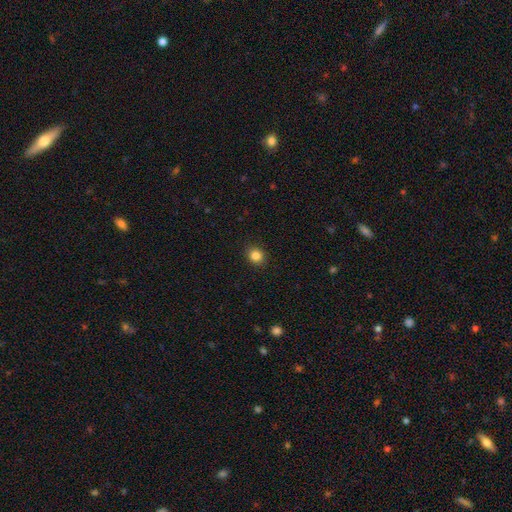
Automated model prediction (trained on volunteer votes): Smooth or featured?
  - smooth: 85% *
  - star or artifact: 11%
  - featured or disk: 4%
How rounded?
  - round: 76% *
  - in between: 23%
  - cigar-shaped: 1%
Merging?
  - none: 91% *
  - minor disturbance: 6%
  - major disturbance: 2%
  - merger: 1%